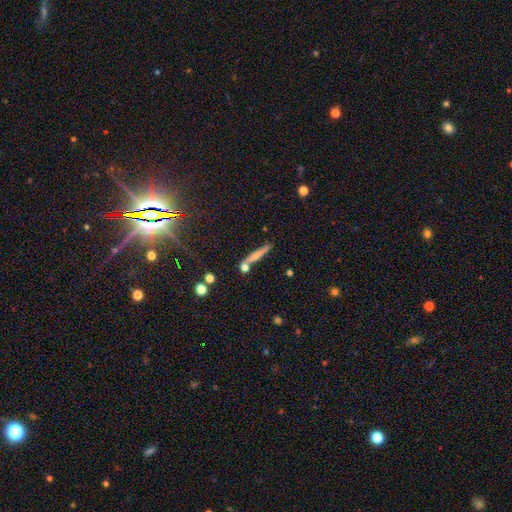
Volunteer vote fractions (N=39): Smooth or featured? smooth (67%)
How rounded? cigar-shaped (96%)
Merging? none (79%)